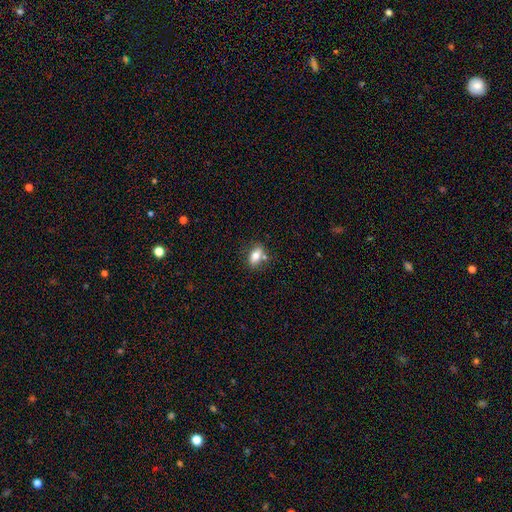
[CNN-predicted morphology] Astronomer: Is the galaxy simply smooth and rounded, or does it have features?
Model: smooth — 73%.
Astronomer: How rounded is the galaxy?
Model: in between — 81%.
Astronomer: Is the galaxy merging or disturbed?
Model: none — 64%.